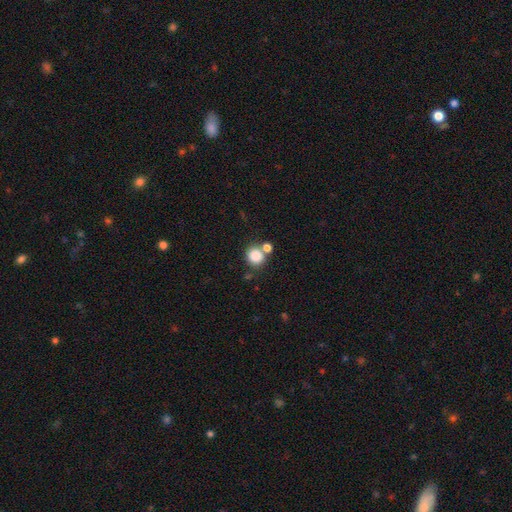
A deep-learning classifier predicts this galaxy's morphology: Smooth or featured?
  - smooth: 84% *
  - star or artifact: 10%
  - featured or disk: 6%
How rounded?
  - round: 86% *
  - in between: 13%
  - cigar-shaped: 1%
Merging?
  - none: 58% *
  - merger: 30%
  - minor disturbance: 9%
  - major disturbance: 4%